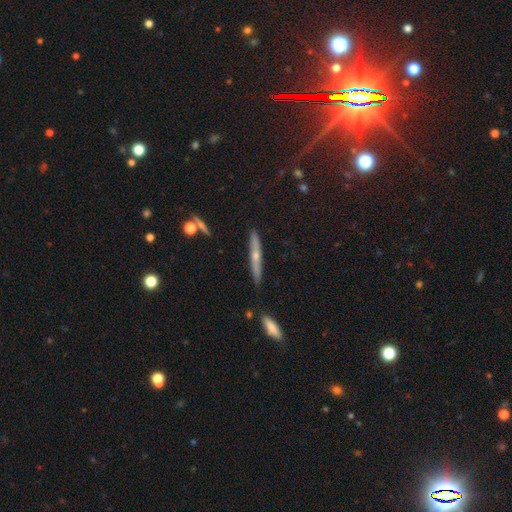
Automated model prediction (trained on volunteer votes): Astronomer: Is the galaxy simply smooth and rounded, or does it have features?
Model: featured or disk — 54% (runner-up: smooth, 38%).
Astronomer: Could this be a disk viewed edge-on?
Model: yes — 94%.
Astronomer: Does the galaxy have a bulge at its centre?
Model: rounded — 75%.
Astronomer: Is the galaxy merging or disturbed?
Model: none — 84%.